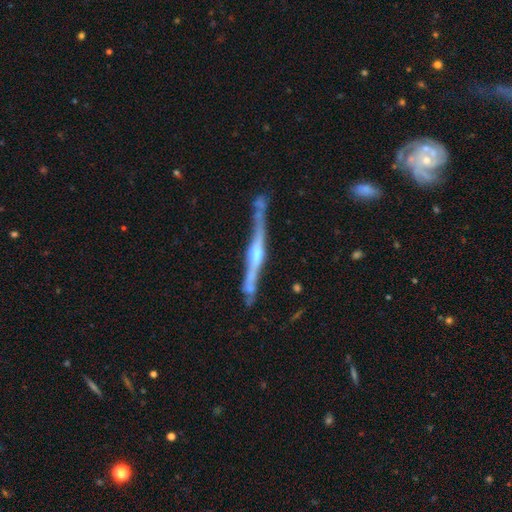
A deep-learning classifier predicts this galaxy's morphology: smooth_or_featured: featured or disk (p=0.82) [alt: smooth p=0.13]
disk_edge_on: yes (p=0.97) [alt: no p=0.03]
edge_on_bulge: rounded (p=0.84) [alt: none p=0.09]
merging: none (p=0.69) [alt: minor disturbance p=0.18]